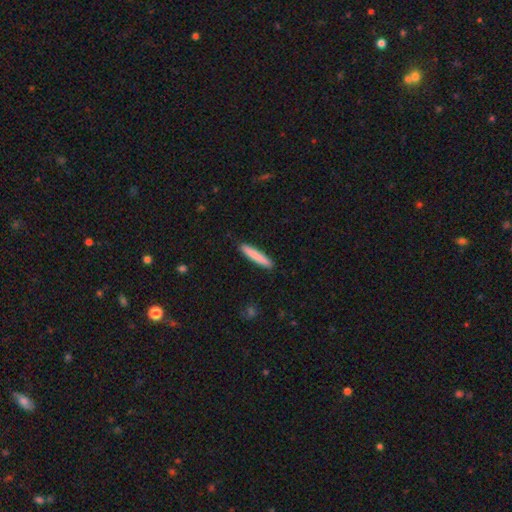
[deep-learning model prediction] Morphology: type=smooth (83%); roundness=cigar-shaped (94%); merging=none (91%).